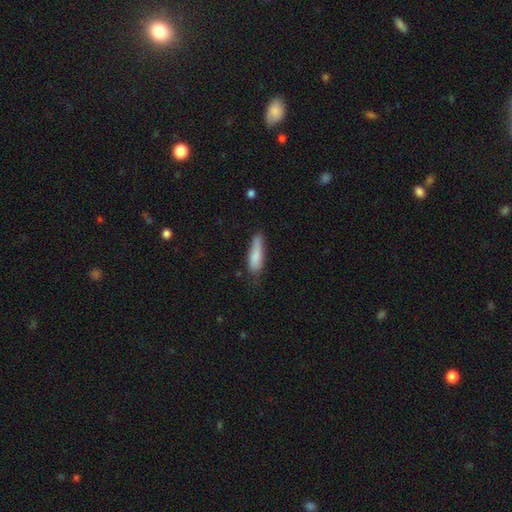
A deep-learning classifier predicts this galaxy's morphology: smooth_or_featured: smooth (p=0.82) [alt: featured or disk p=0.11]
how_rounded: cigar-shaped (p=0.65) [alt: in between p=0.34]
merging: none (p=0.60) [alt: minor disturbance p=0.30]